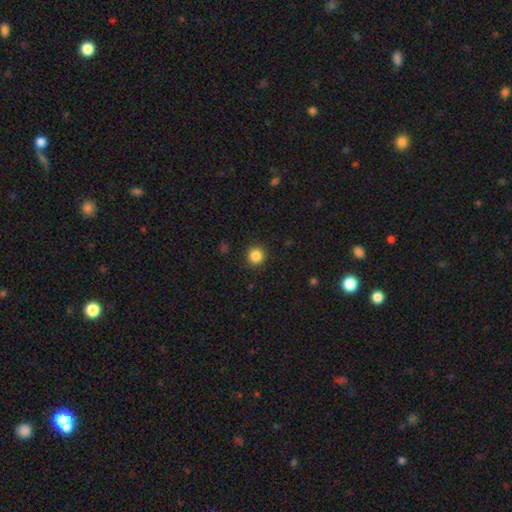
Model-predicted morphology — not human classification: Overall: smooth (86%). How rounded: round (94%). Merging: none (92%).